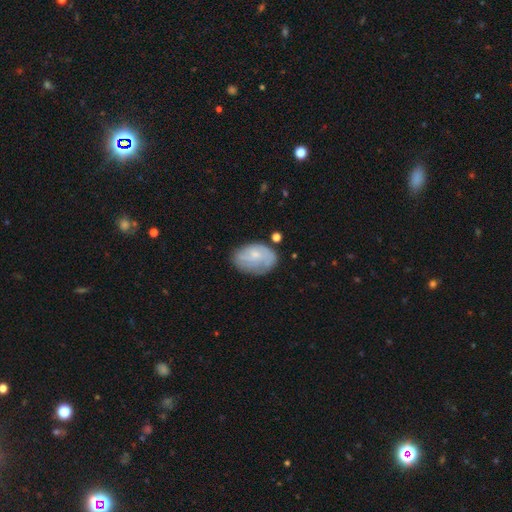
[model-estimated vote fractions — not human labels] Q: Smooth or featured?
A: smooth (48%); runner-up: featured or disk (45%)
Q: Merging?
A: none (60%); runner-up: minor disturbance (27%)